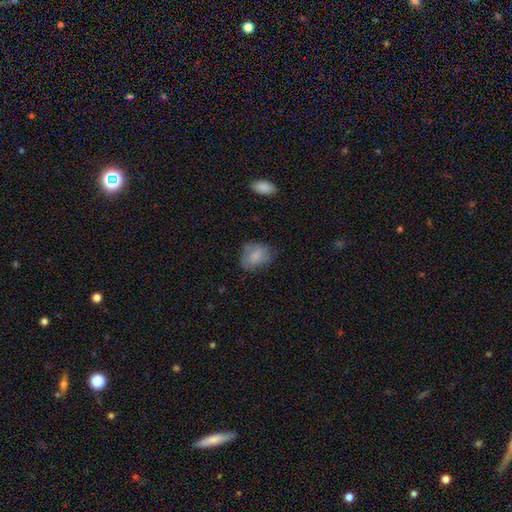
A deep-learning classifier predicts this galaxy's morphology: smooth 78%, featured or disk 14%, star or artifact 8%. Down the decision tree: how rounded — in between (58%); merging — none (55%).